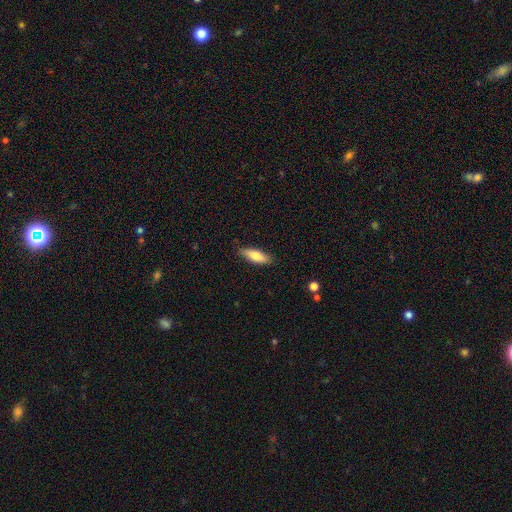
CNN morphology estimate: smooth_or_featured: smooth (p=0.72) [alt: featured or disk p=0.22]
how_rounded: in between (p=0.53) [alt: cigar-shaped p=0.44]
merging: none (p=0.85) [alt: minor disturbance p=0.12]